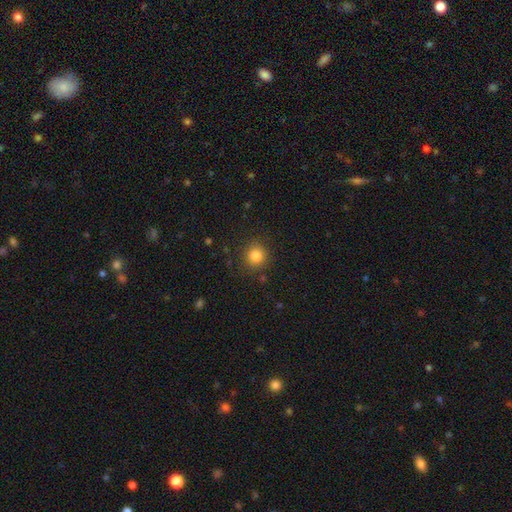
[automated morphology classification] Q: Smooth or featured?
A: smooth (83%); runner-up: star or artifact (12%)
Q: How rounded?
A: round (91%); runner-up: in between (8%)
Q: Merging?
A: none (88%); runner-up: minor disturbance (8%)